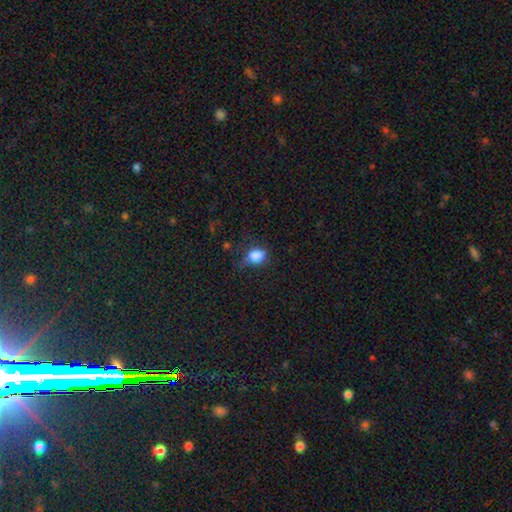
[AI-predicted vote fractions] This appears to be a smooth galaxy with no disk features (84%) that is in between round and cigar-shaped (62%). Merging: none (52%).